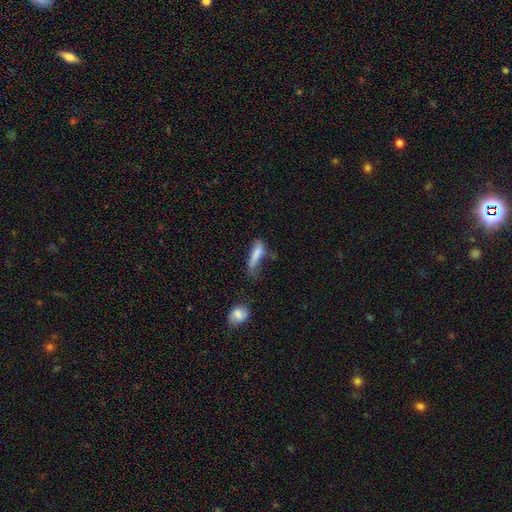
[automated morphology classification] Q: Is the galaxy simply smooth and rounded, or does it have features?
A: smooth — 73%.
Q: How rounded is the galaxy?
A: cigar-shaped — 67%.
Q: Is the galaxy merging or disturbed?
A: none — 32%.